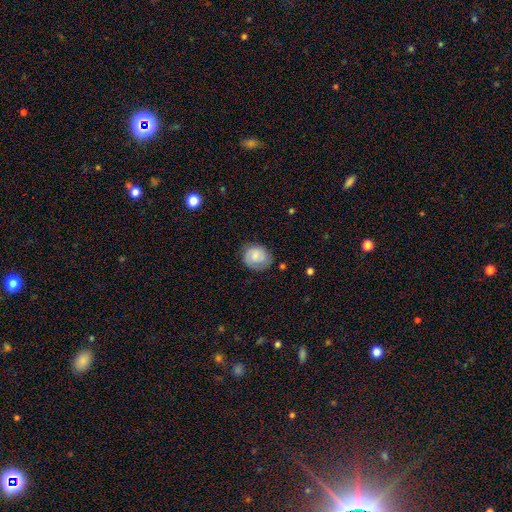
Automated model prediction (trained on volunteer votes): smooth-or-featured: smooth: 61% | featured or disk: 31% | star or artifact: 7%
  how-rounded: round: 65% | in between: 34% | cigar-shaped: 1%
  merging: none: 68% | minor disturbance: 23% | major disturbance: 7% | merger: 2%